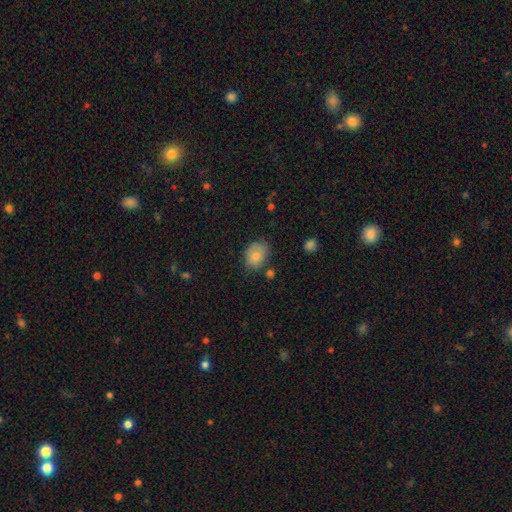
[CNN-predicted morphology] A smooth galaxy with no disk features (79%) that is in between round and cigar-shaped (61%).

Vote fractions:
- Smooth or featured? smooth: 79% / featured or disk: 12% / star or artifact: 8%
- How rounded? in between: 61% / round: 38% / cigar-shaped: 1%
- Merging? none: 62% / minor disturbance: 27% / major disturbance: 7% / merger: 4%